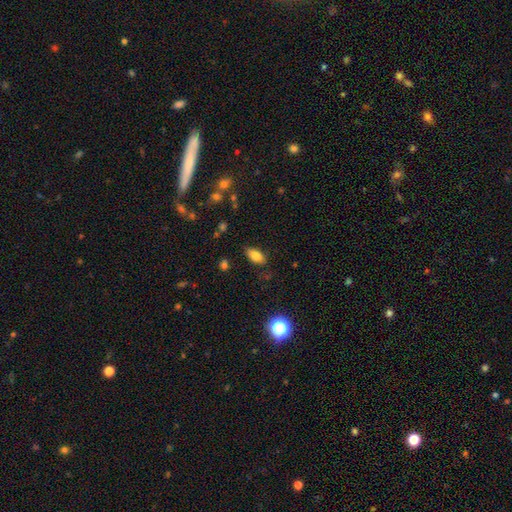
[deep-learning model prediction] Q: Smooth or featured?
A: smooth (82%); runner-up: star or artifact (10%)
Q: How rounded?
A: in between (90%); runner-up: cigar-shaped (6%)
Q: Merging?
A: none (83%); runner-up: minor disturbance (13%)